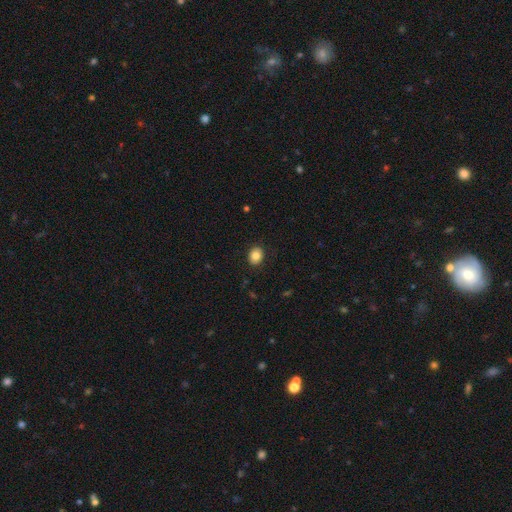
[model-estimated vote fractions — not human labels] Smooth or featured? smooth (83%)
How rounded? in between (54%)
Merging? none (89%)